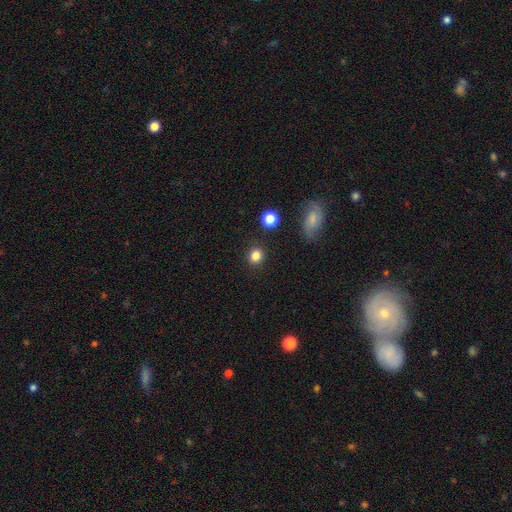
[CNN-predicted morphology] smooth_or_featured: smooth (p=0.83) [alt: star or artifact p=0.12]
how_rounded: round (p=0.76) [alt: in between p=0.23]
merging: none (p=0.88) [alt: minor disturbance p=0.08]